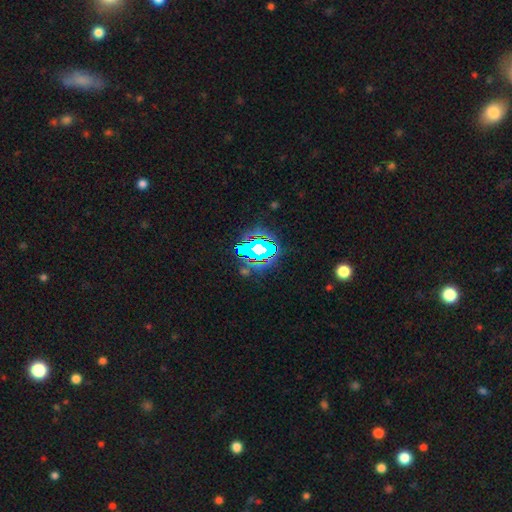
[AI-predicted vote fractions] smooth_or_featured: star or artifact (p=0.73) [alt: smooth p=0.15]